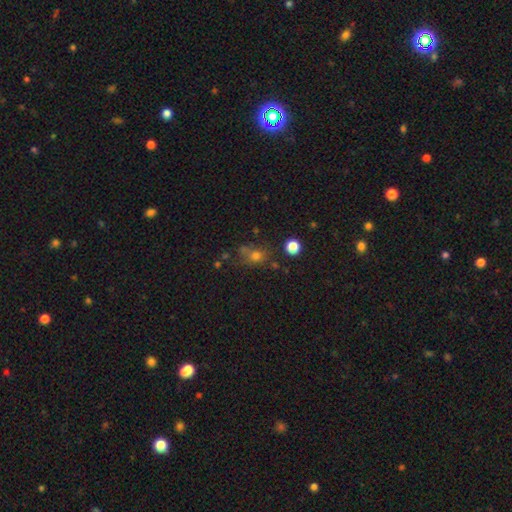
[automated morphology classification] Smooth or featured: smooth — 64% (star or artifact — 24%)
How rounded: round — 65% (in between — 33%)
Merging: none — 57% (minor disturbance — 18%)